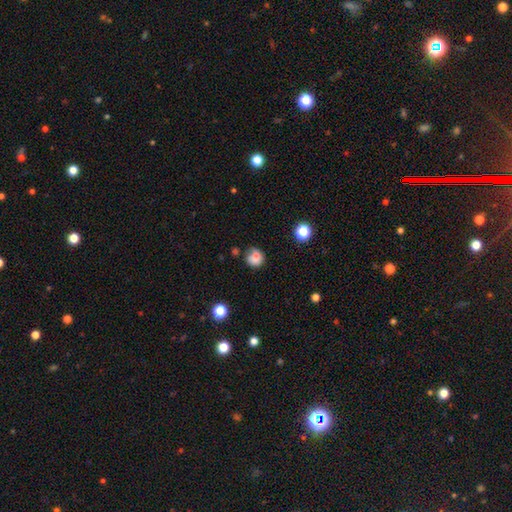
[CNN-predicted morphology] Smooth or featured? Predicted: smooth (p=0.77). How rounded? Predicted: round (p=0.80). Merging? Predicted: none (p=0.55).